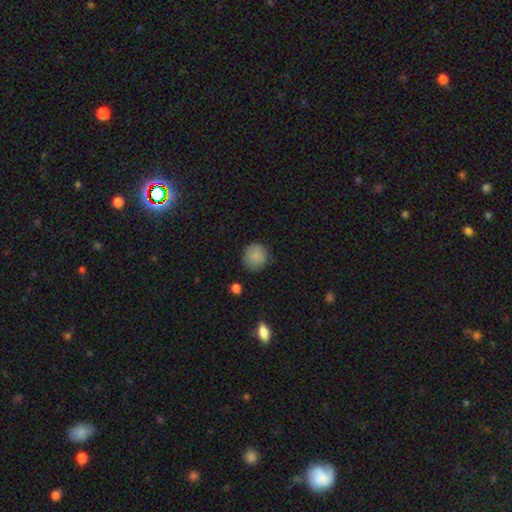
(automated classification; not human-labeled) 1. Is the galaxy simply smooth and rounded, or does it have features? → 86% smooth, 9% star or artifact, 5% featured or disk.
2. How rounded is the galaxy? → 93% round, 7% in between, 1% cigar-shaped.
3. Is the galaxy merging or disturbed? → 85% none, 11% minor disturbance, 3% major disturbance, 1% merger.